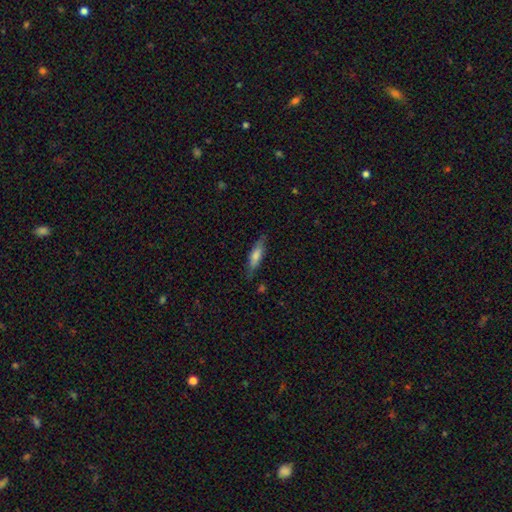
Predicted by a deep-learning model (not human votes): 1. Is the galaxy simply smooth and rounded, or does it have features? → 66% smooth, 27% featured or disk, 7% star or artifact.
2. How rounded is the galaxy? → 66% cigar-shaped, 32% in between, 2% round.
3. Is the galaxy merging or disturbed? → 78% none, 17% minor disturbance, 4% major disturbance, 2% merger.